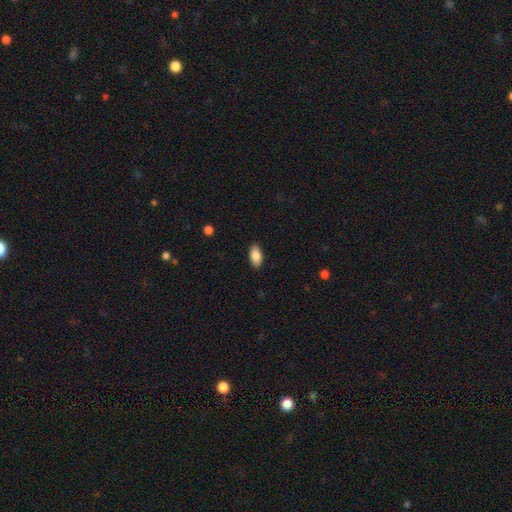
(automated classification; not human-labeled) Smooth or featured?
  - smooth: 86% *
  - featured or disk: 7%
  - star or artifact: 7%
How rounded?
  - in between: 93% *
  - cigar-shaped: 4%
  - round: 3%
Merging?
  - none: 89% *
  - minor disturbance: 8%
  - major disturbance: 2%
  - merger: 1%